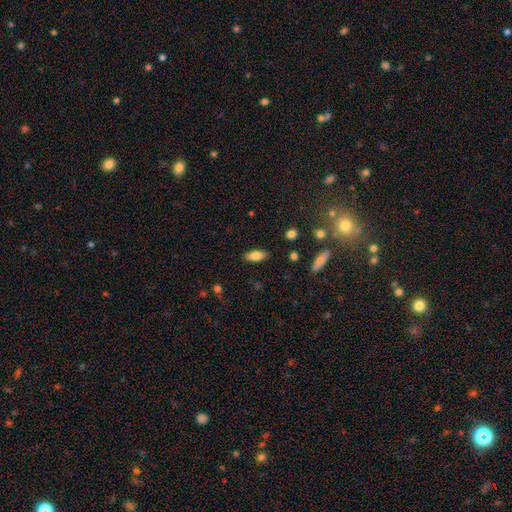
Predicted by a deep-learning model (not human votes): A smooth galaxy with no disk features (78%) that is in between round and cigar-shaped (85%).

Vote fractions:
- Smooth or featured? smooth: 78% / featured or disk: 14% / star or artifact: 8%
- How rounded? in between: 85% / cigar-shaped: 12% / round: 3%
- Merging? none: 86% / minor disturbance: 10% / major disturbance: 2% / merger: 2%